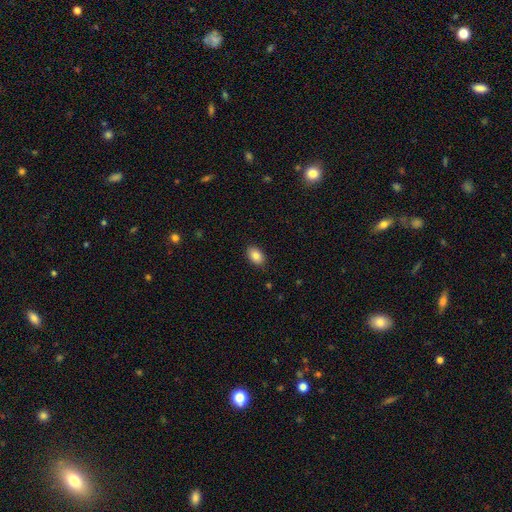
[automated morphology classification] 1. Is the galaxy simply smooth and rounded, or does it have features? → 86% smooth, 8% star or artifact, 6% featured or disk.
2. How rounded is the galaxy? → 88% in between, 11% round, 1% cigar-shaped.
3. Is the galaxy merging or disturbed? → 88% none, 9% minor disturbance, 2% major disturbance, 1% merger.